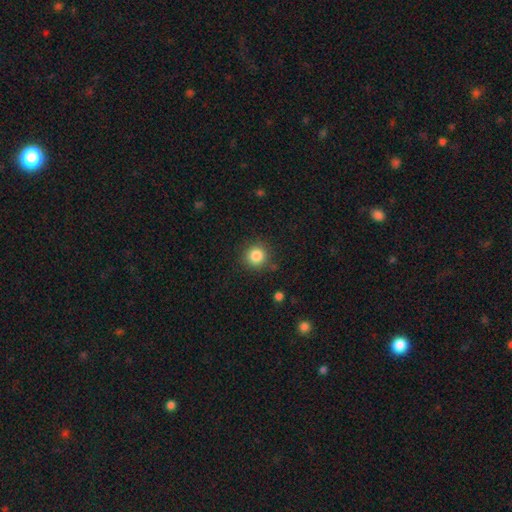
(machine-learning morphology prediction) Smooth or featured? Predicted: smooth (p=0.83). How rounded? Predicted: round (p=0.94). Merging? Predicted: none (p=0.90).